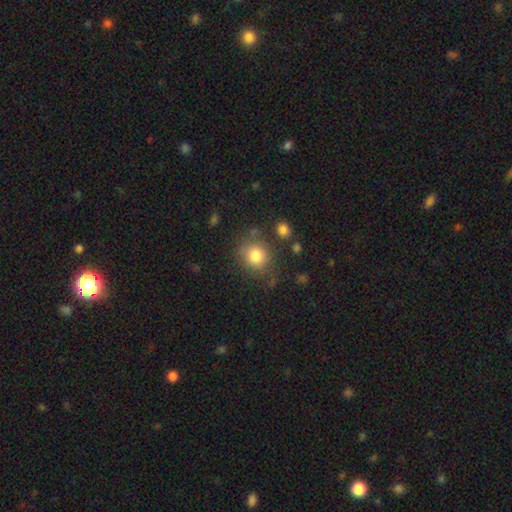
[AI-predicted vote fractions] The model was most divided on "merging": none: 75%, minor disturbance: 14%, major disturbance: 6%, merger: 5%. More confident: smooth or featured — smooth (82%); how rounded — round (81%).